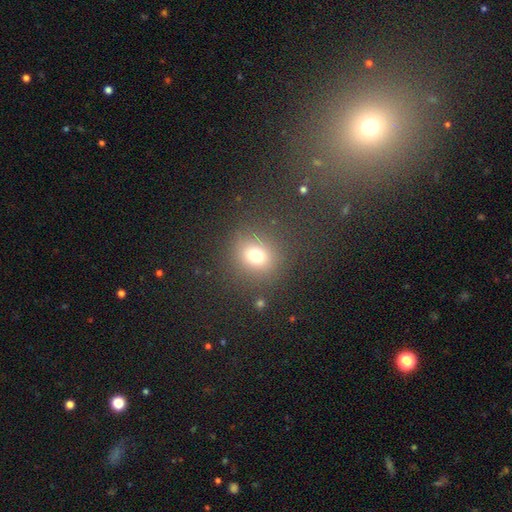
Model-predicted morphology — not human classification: This appears to be a smooth galaxy with no disk features (73%) that is round (81%). Merging: none (84%).